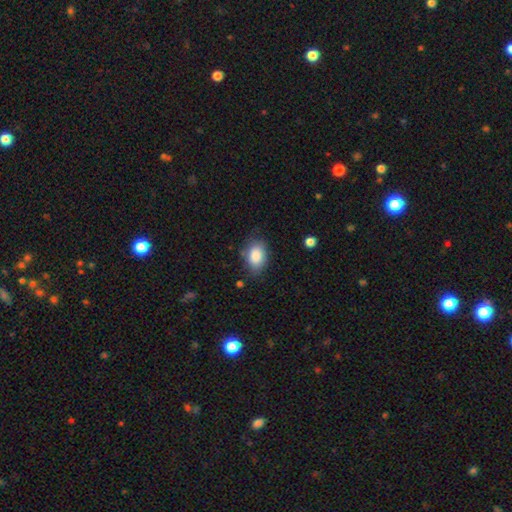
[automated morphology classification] smooth 87%, star or artifact 7%, featured or disk 6%. Down the decision tree: how rounded — in between (85%); merging — none (74%).